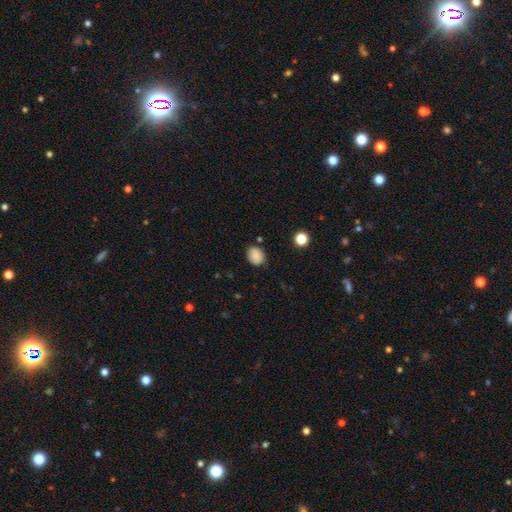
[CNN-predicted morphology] Smooth or featured? smooth (86%)
How rounded? round (50%, tied with in between)
Merging? none (79%)